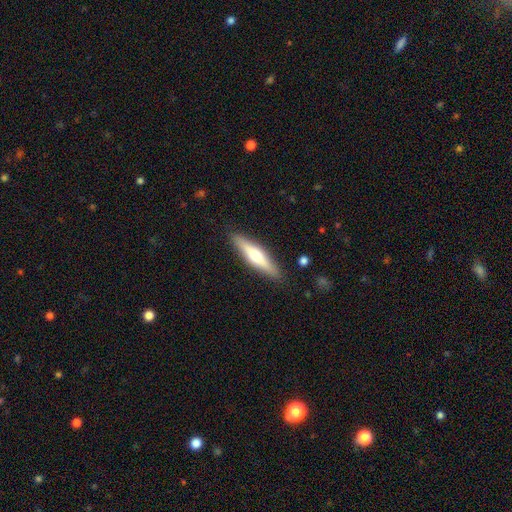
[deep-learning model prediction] Morphology: type=featured or disk (48%); merging=none (89%).